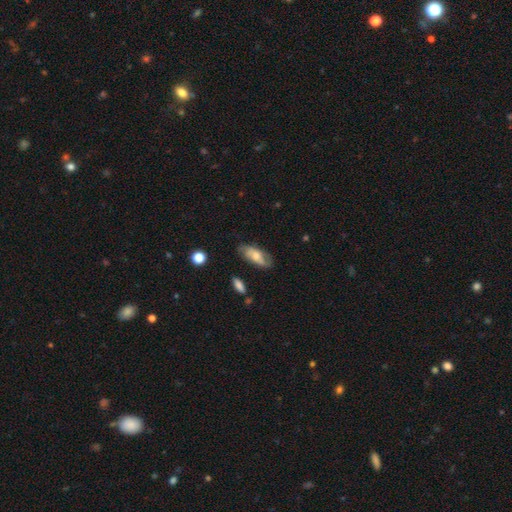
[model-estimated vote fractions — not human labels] A smooth galaxy with no disk features (53%) that is in between round and cigar-shaped (80%). Merging: none (70%).